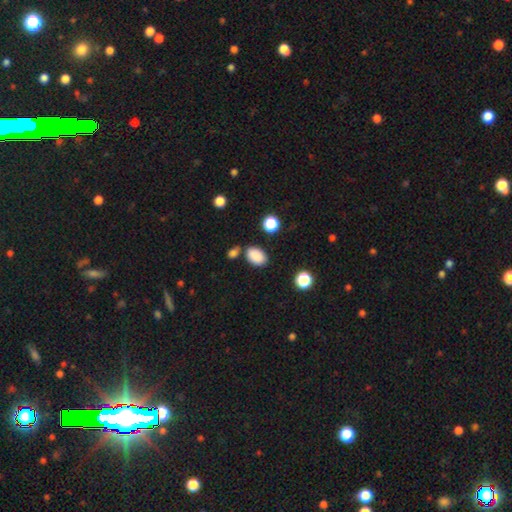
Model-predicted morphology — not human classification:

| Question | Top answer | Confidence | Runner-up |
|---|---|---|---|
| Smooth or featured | smooth | 86% | star or artifact (10%) |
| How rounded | in between | 87% | round (12%) |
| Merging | none | 74% | minor disturbance (13%) |